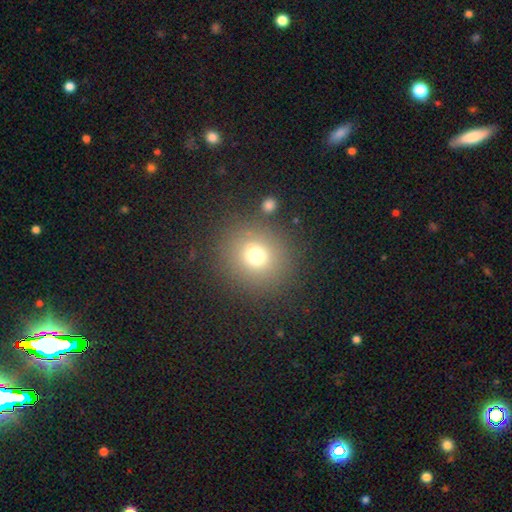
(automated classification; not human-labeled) Morphology: type=smooth (72%); roundness=round (88%); merging=none (83%).